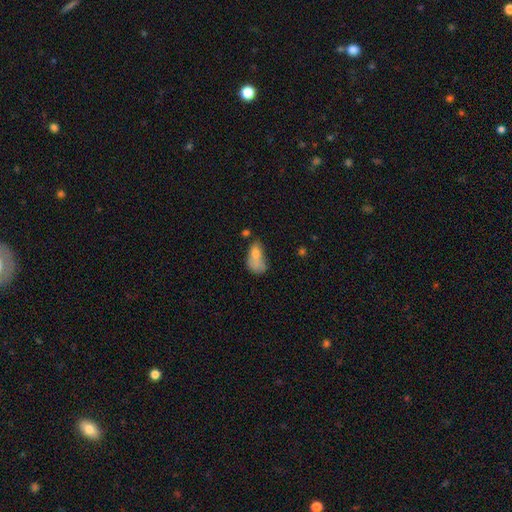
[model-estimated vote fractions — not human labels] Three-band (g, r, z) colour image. It shows a smooth galaxy with no disk features (72%) that is in between round and cigar-shaped (85%). Merging: major disturbance (30%).